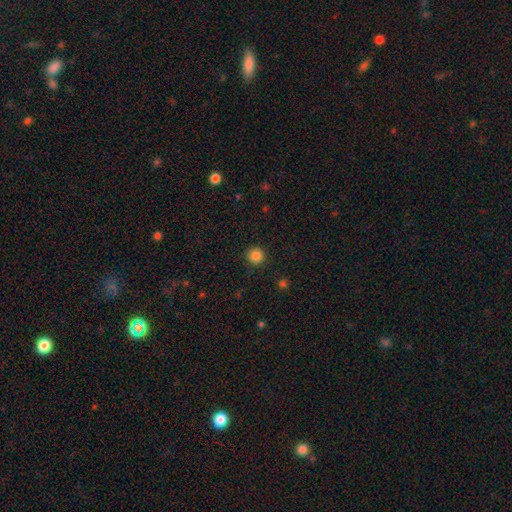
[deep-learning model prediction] A smooth galaxy with no disk features (85%) that is round (94%). Merging: none (89%).